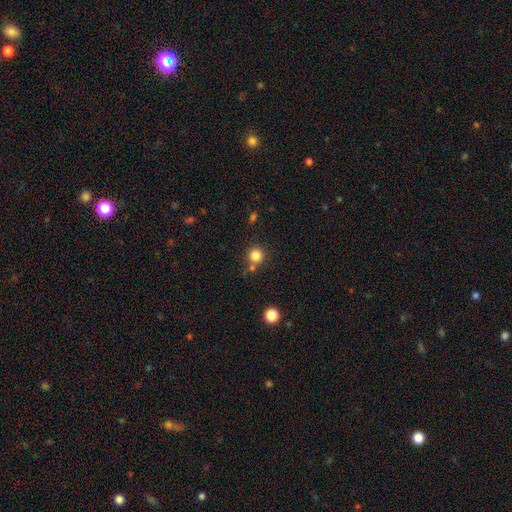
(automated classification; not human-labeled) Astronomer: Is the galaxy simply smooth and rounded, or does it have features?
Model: smooth — 82%.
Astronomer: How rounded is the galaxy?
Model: round — 93%.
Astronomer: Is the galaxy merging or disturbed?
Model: none — 73%.